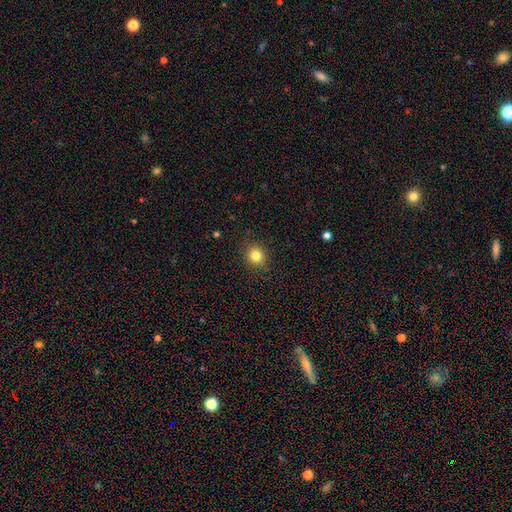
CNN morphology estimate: A smooth galaxy with no disk features (82%) that is round (82%).

Vote fractions:
- Smooth or featured? smooth: 82% / star or artifact: 12% / featured or disk: 6%
- How rounded? round: 82% / in between: 17% / cigar-shaped: 1%
- Merging? none: 88% / minor disturbance: 8% / major disturbance: 2% / merger: 1%